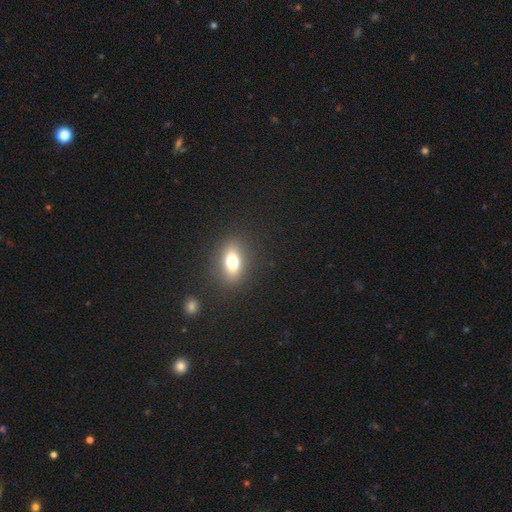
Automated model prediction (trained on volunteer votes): Smooth or featured: smooth — 62% (star or artifact — 26%)
How rounded: in between — 68% (round — 28%)
Merging: none — 87% (minor disturbance — 7%)